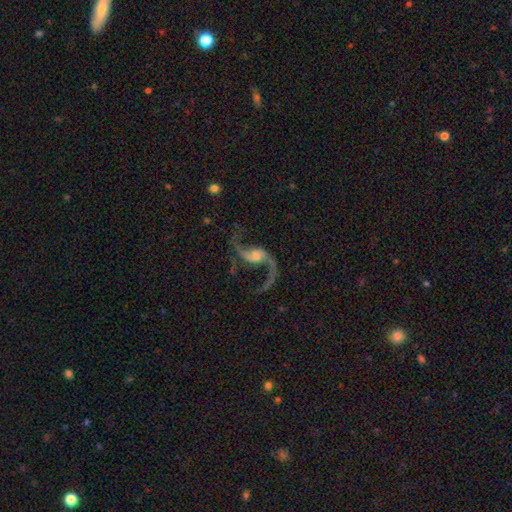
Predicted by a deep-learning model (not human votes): Smooth or featured?
  - featured or disk: 92% *
  - star or artifact: 5%
  - smooth: 3%
Edge-on disk?
  - no: 98% *
  - yes: 2%
Bar?
  - no: 45% *
  - weak: 37%
  - strong: 17%
Spiral arms?
  - yes: 98% *
  - no: 2%
Spiral winding?
  - loose: 85% *
  - medium: 13%
  - tight: 3%
Spiral arm count?
  - 2: 94% *
  - 1: 2%
  - can't tell: 1%
  - 3: 1%
  - 4: 1%
  - more than 4: 1%
Bulge size?
  - small: 52% *
  - moderate: 35%
  - none: 7%
  - large: 5%
  - dominant: 2%
Merging?
  - none: 74% *
  - minor disturbance: 12%
  - major disturbance: 11%
  - merger: 3%